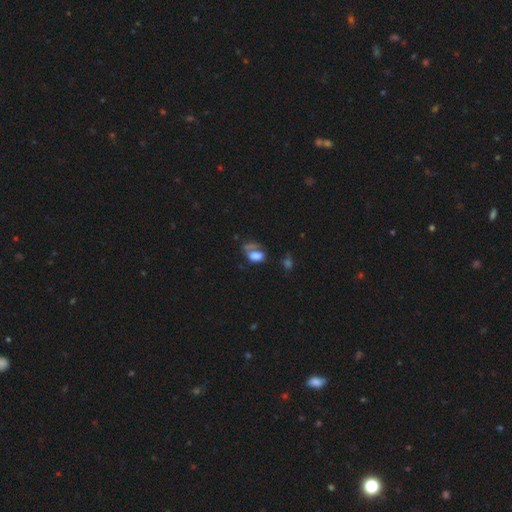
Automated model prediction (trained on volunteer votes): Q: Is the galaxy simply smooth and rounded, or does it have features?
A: smooth — 63%.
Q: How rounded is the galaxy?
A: in between — 81%.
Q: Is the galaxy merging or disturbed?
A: none — 35%.